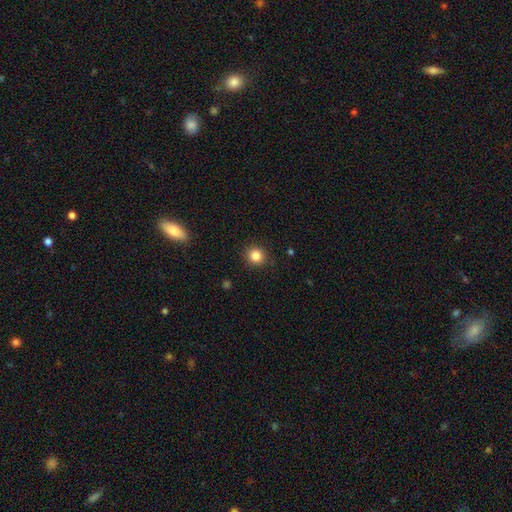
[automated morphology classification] Smooth or featured? smooth (84%)
How rounded? round (91%)
Merging? none (89%)